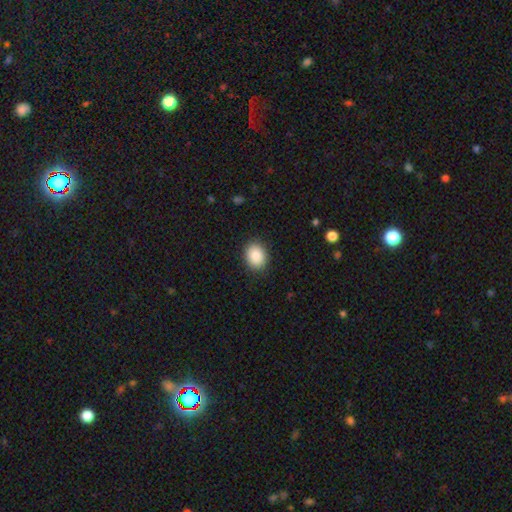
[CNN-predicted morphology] smooth-or-featured: smooth: 89% | star or artifact: 7% | featured or disk: 4%
  how-rounded: in between: 59% | round: 40% | cigar-shaped: 1%
  merging: none: 89% | minor disturbance: 8% | major disturbance: 2% | merger: 1%